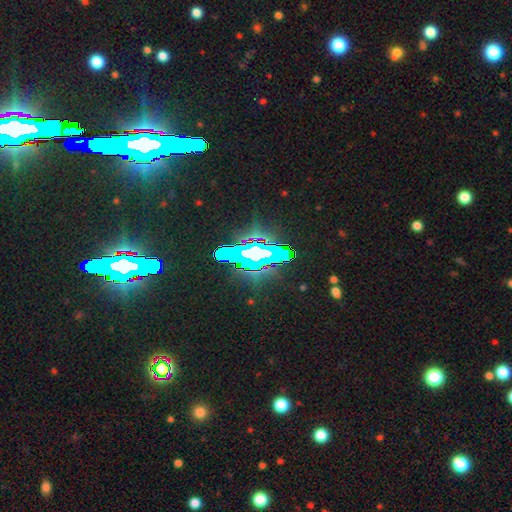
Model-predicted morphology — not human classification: smooth-or-featured: star or artifact: 70% | featured or disk: 16% | smooth: 15%